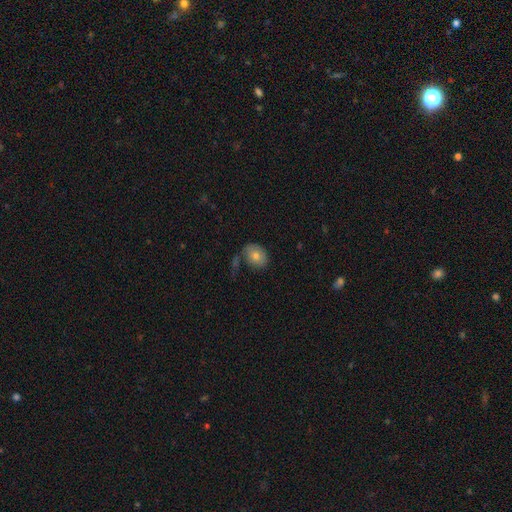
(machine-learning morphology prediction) Smooth or featured? Predicted: smooth (p=0.71). How rounded? Predicted: in between (p=0.65). Merging? Predicted: none (p=0.64).